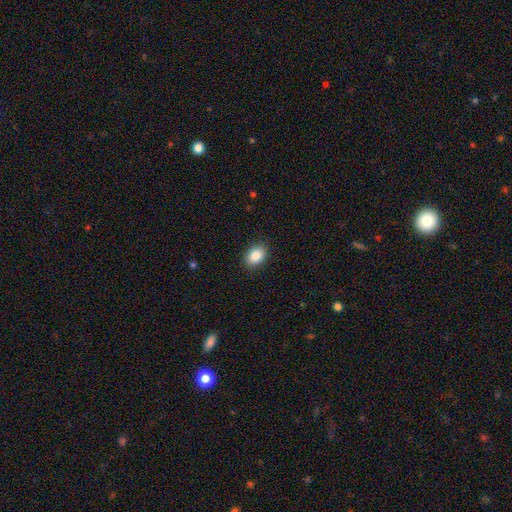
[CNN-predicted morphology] Overall: smooth (86%). How rounded: in between (77%). Merging: none (89%).